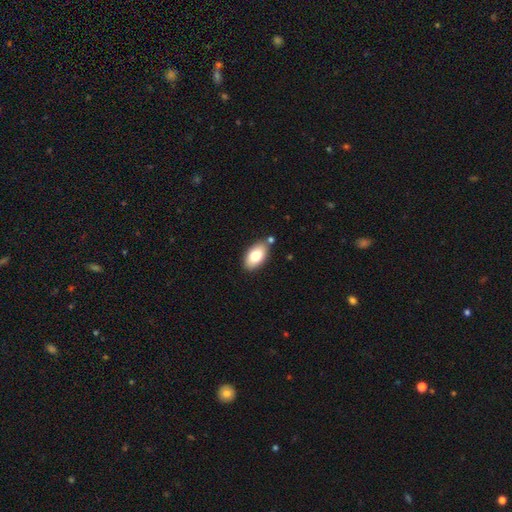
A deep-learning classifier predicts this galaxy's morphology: A smooth galaxy with no disk features (78%) that is in between round and cigar-shaped (94%). Merging: none (80%).